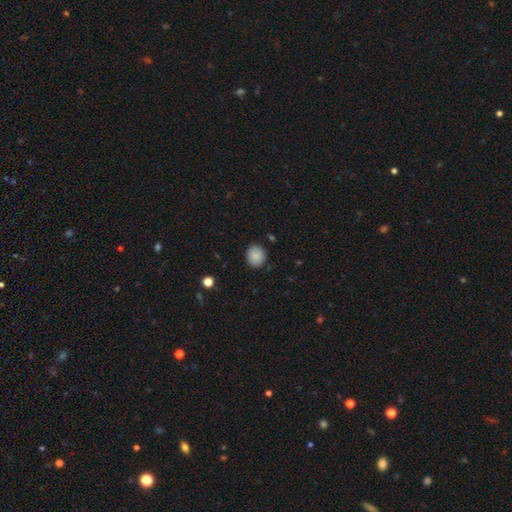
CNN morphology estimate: smooth-or-featured: smooth: 88% | star or artifact: 9% | featured or disk: 4%
  how-rounded: round: 79% | in between: 20% | cigar-shaped: 1%
  merging: none: 86% | minor disturbance: 10% | major disturbance: 2% | merger: 1%